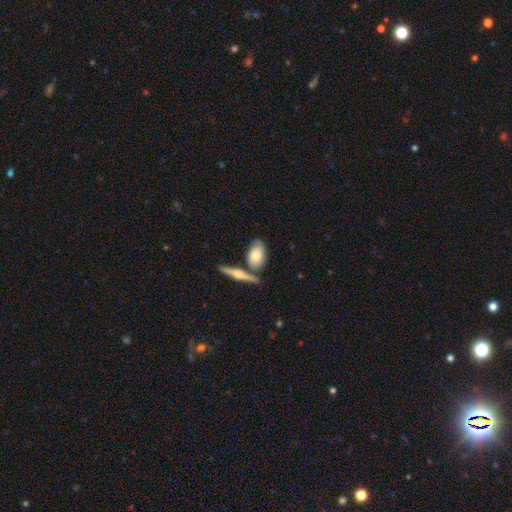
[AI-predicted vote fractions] This is likely a smooth galaxy (65%). How rounded: clearly in between (86%). Merging: possibly none (60%).